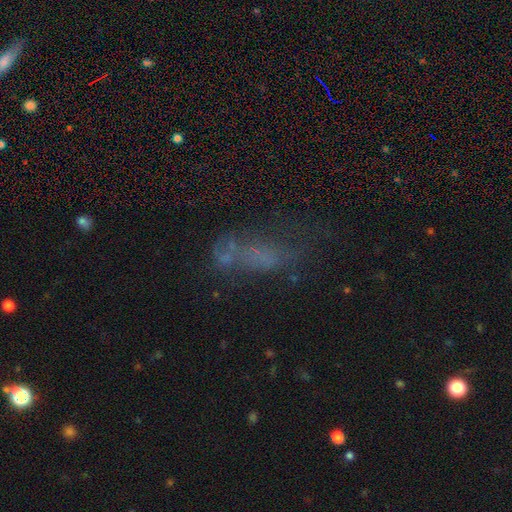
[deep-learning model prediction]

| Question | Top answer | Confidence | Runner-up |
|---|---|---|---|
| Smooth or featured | smooth | 43% | star or artifact (29%) |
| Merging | none | 39% | major disturbance (27%) |